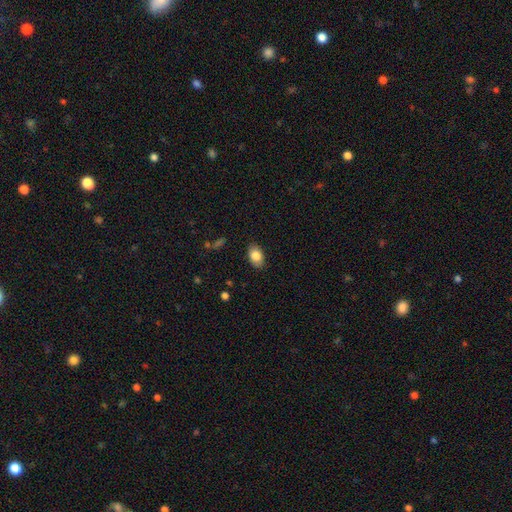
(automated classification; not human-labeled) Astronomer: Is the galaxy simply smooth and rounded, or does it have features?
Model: smooth — 85%.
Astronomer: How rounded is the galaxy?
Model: in between — 88%.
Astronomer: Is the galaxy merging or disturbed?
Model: none — 86%.